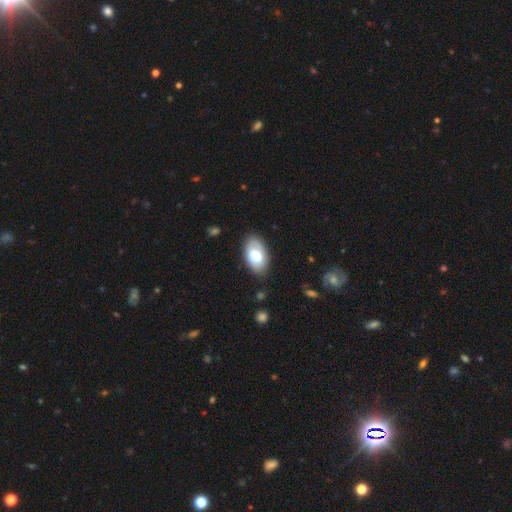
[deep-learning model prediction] The model was most divided on "smooth or featured": smooth: 72%, featured or disk: 22%, star or artifact: 6%. More confident: how rounded — in between (94%); merging — none (80%).